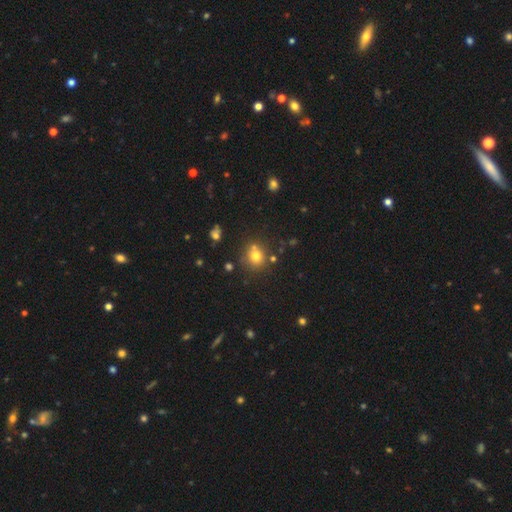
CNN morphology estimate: The model was most divided on "merging": none: 68%, merger: 17%, minor disturbance: 12%, major disturbance: 4%. More confident: how rounded — round (85%); smooth or featured — smooth (75%).